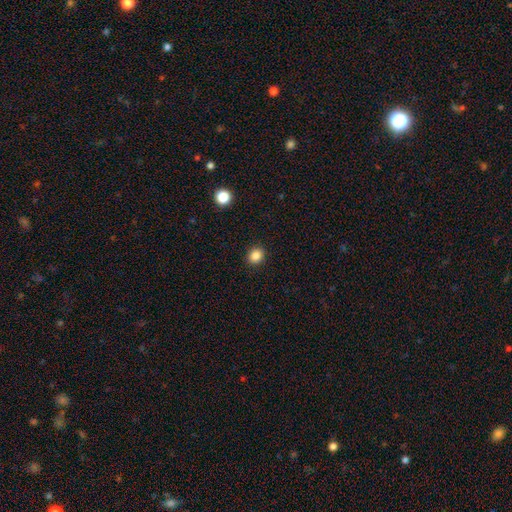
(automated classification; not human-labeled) Q: Smooth or featured?
A: smooth (85%); runner-up: star or artifact (11%)
Q: How rounded?
A: round (73%); runner-up: in between (26%)
Q: Merging?
A: none (91%); runner-up: minor disturbance (6%)